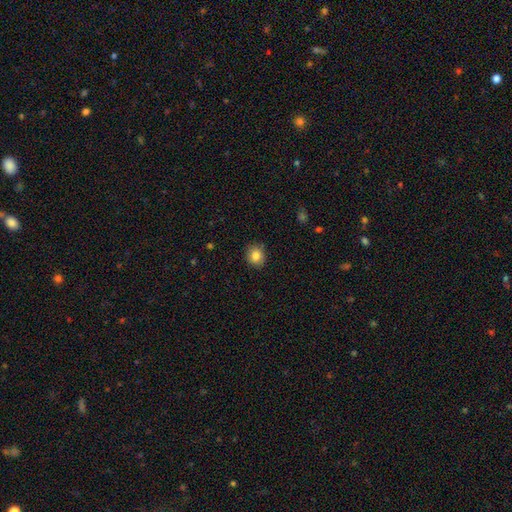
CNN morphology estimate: smooth 84%, star or artifact 9%, featured or disk 7%. Down the decision tree: how rounded — round (73%); merging — none (87%).